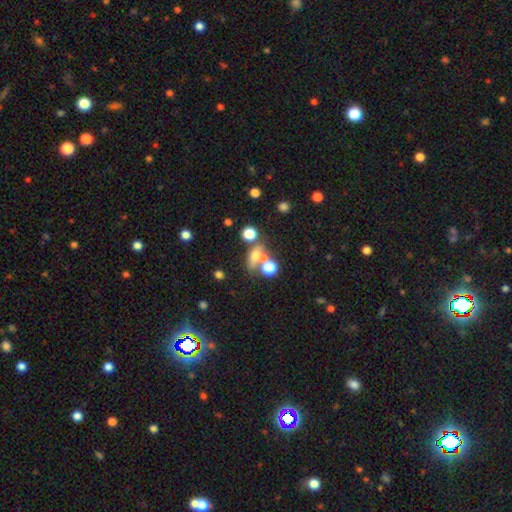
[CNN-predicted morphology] smooth_or_featured: smooth (p=0.55) [alt: featured or disk p=0.23]
how_rounded: in between (p=0.49) [alt: round p=0.40]
merging: none (p=0.43) [alt: merger p=0.36]